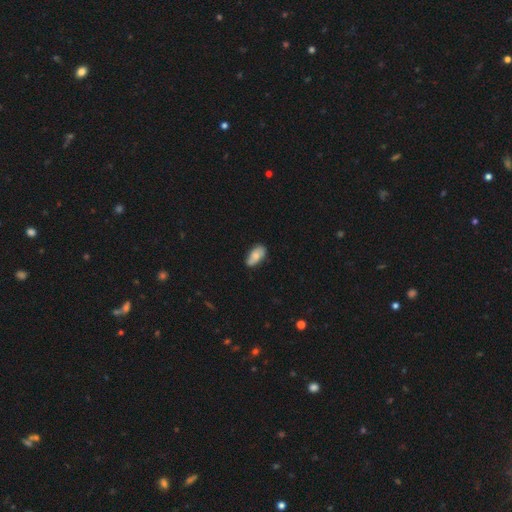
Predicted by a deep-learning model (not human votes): This is likely a smooth galaxy (69%). How rounded: clearly in between (91%). Merging: likely none (69%).